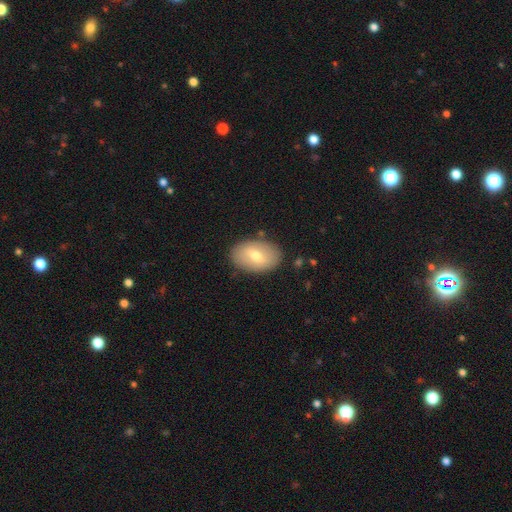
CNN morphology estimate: A smooth galaxy with no disk features (64%) that is in between round and cigar-shaped (88%).

Vote fractions:
- Smooth or featured? smooth: 64% / featured or disk: 29% / star or artifact: 7%
- How rounded? in between: 88% / round: 11% / cigar-shaped: 1%
- Merging? none: 85% / minor disturbance: 10% / major disturbance: 3% / merger: 2%